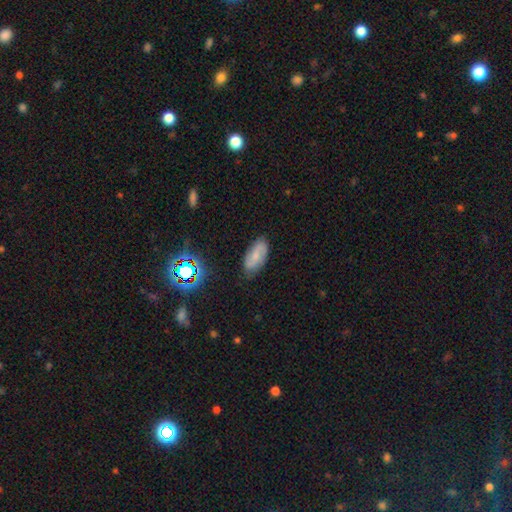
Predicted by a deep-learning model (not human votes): The model was most divided on "smooth or featured": smooth: 48%, featured or disk: 41%, star or artifact: 11%. More confident: merging — none (78%).